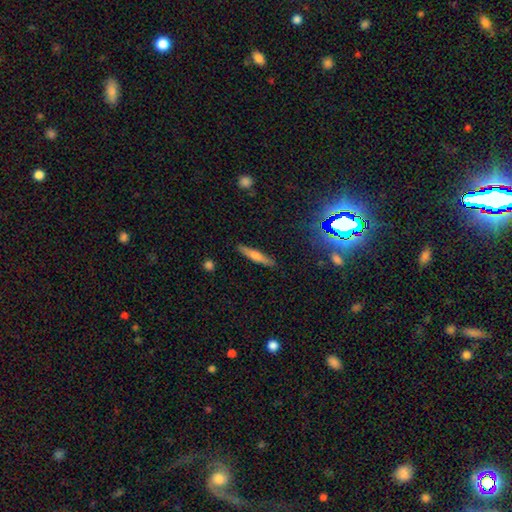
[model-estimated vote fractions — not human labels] A smooth galaxy with no disk features (62%) that is cigar-shaped (89%). Merging: none (88%).